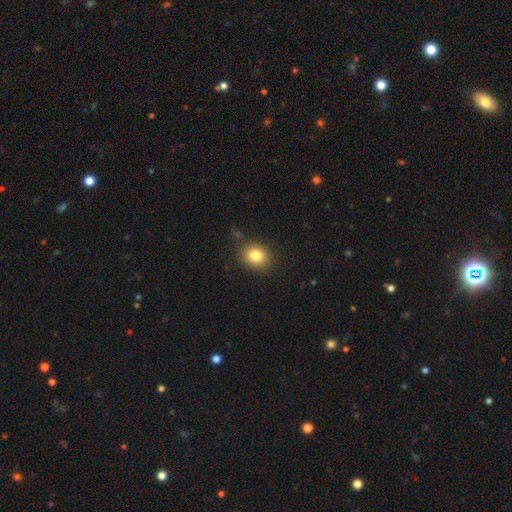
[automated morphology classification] This appears to be a smooth galaxy with no disk features (82%) that is round (63%). Merging: none (85%).